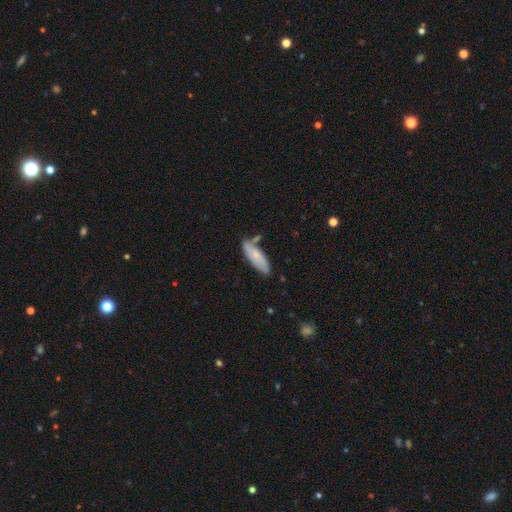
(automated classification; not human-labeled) Smooth or featured: smooth — 72% (featured or disk — 21%)
How rounded: in between — 52% (cigar-shaped — 46%)
Merging: none — 68% (minor disturbance — 19%)